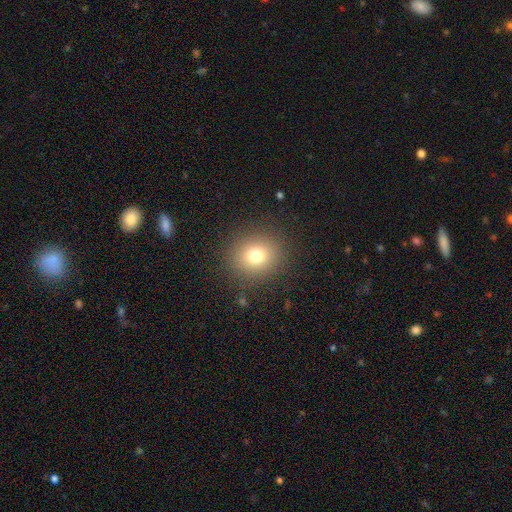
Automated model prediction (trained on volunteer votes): smooth 77%, star or artifact 14%, featured or disk 9%. Down the decision tree: how rounded — round (81%); merging — none (88%).